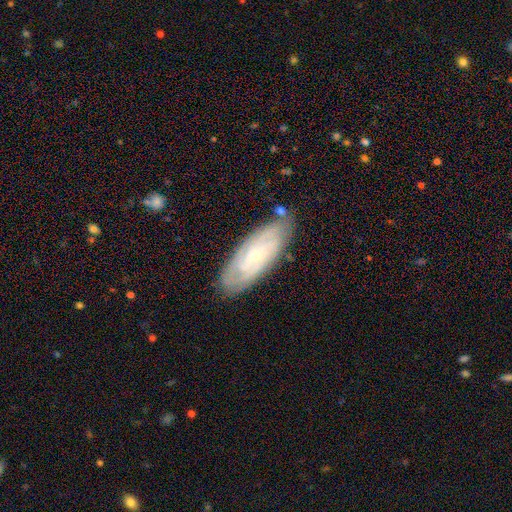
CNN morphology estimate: Q: Smooth or featured?
A: featured or disk (71%); runner-up: smooth (23%)
Q: Edge-on disk?
A: no (88%); runner-up: yes (12%)
Q: Bar?
A: no (67%); runner-up: weak (27%)
Q: Spiral arms?
A: yes (87%); runner-up: no (13%)
Q: Spiral winding?
A: tight (72%); runner-up: medium (23%)
Q: Spiral arm count?
A: can't tell (53%); runner-up: 2 (18%)
Q: Bulge size?
A: small (79%); runner-up: moderate (17%)
Q: Merging?
A: none (79%); runner-up: minor disturbance (16%)